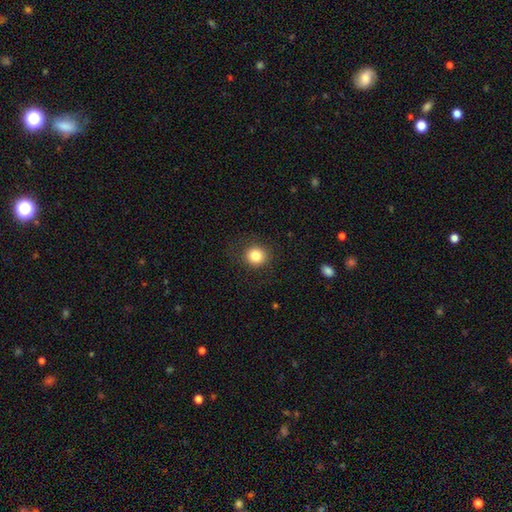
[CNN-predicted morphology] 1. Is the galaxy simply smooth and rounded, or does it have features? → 83% smooth, 11% star or artifact, 7% featured or disk.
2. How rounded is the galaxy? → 89% round, 10% in between, 1% cigar-shaped.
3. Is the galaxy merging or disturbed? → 88% none, 8% minor disturbance, 3% major disturbance, 1% merger.